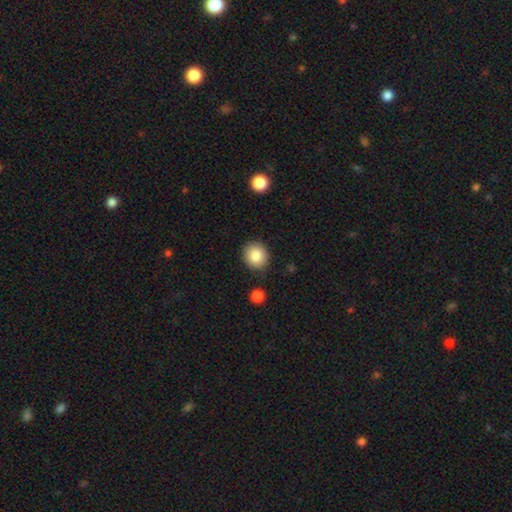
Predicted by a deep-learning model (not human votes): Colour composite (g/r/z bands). It shows a smooth galaxy with no disk features (85%) that is round (81%). Merging: none (87%).